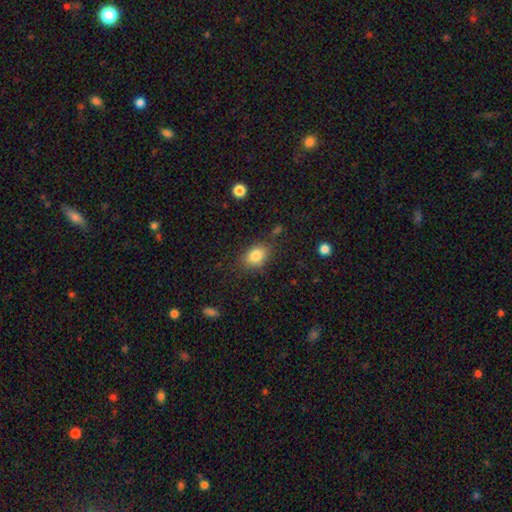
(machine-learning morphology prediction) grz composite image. It shows a smooth galaxy with no disk features (82%) that is in between round and cigar-shaped (73%). Merging: none (77%).